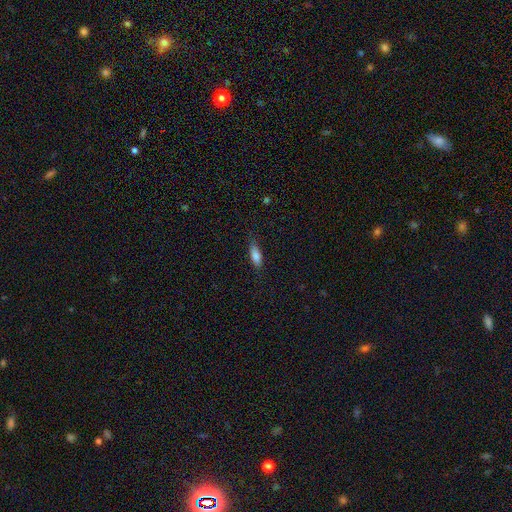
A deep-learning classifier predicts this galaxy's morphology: A smooth galaxy with no disk features (82%) that is in between round and cigar-shaped (63%).

Vote fractions:
- Smooth or featured? smooth: 82% / featured or disk: 10% / star or artifact: 7%
- How rounded? in between: 63% / cigar-shaped: 35% / round: 2%
- Merging? none: 77% / minor disturbance: 18% / major disturbance: 4% / merger: 1%